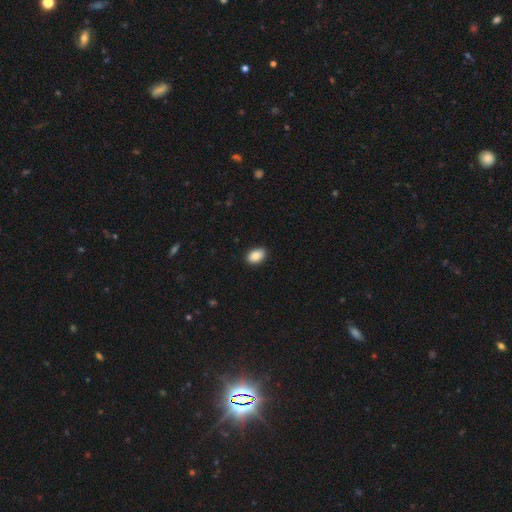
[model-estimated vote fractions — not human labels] Smooth or featured?
  - smooth: 88% *
  - star or artifact: 7%
  - featured or disk: 5%
How rounded?
  - in between: 88% *
  - round: 11%
  - cigar-shaped: 1%
Merging?
  - none: 90% *
  - minor disturbance: 7%
  - major disturbance: 2%
  - merger: 1%